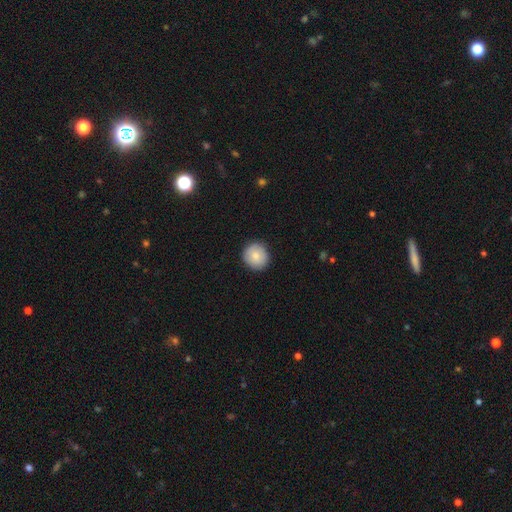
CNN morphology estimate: Smooth or featured? Predicted: smooth (p=0.81). How rounded? Predicted: round (p=0.91). Merging? Predicted: none (p=0.89).